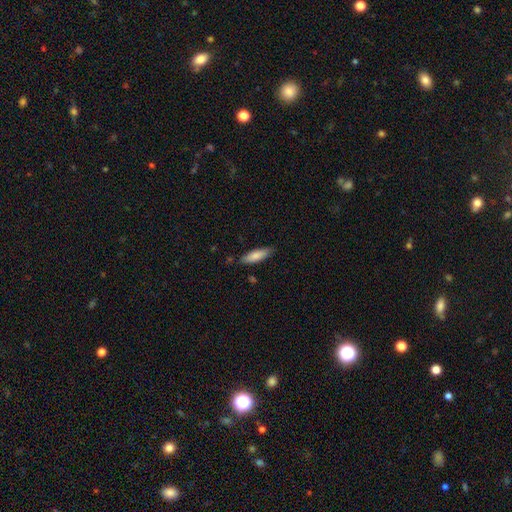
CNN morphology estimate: This appears to be a smooth galaxy with no disk features (81%) that is cigar-shaped (59%). Merging: none (83%).